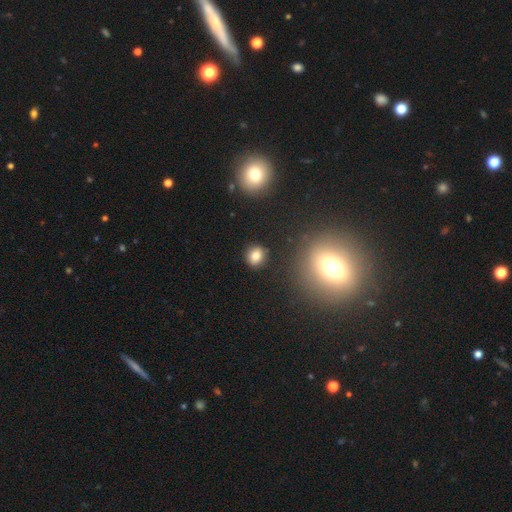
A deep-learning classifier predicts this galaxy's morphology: smooth 81%, star or artifact 12%, featured or disk 7%. Down the decision tree: how rounded — round (74%); merging — none (88%).